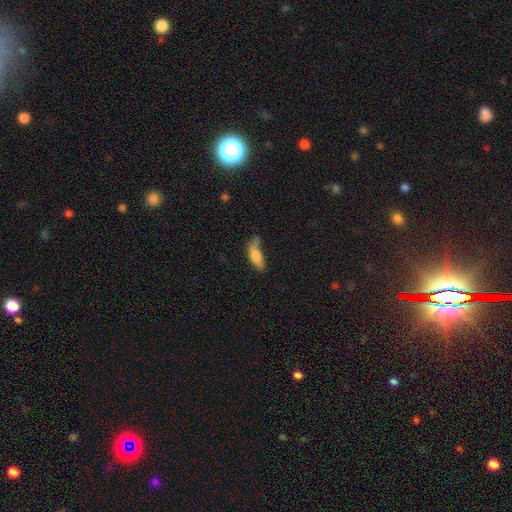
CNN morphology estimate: Smooth or featured?
  - smooth: 76% *
  - featured or disk: 16%
  - star or artifact: 8%
How rounded?
  - in between: 65% *
  - cigar-shaped: 32%
  - round: 3%
Merging?
  - none: 38% *
  - minor disturbance: 35%
  - major disturbance: 17%
  - merger: 9%